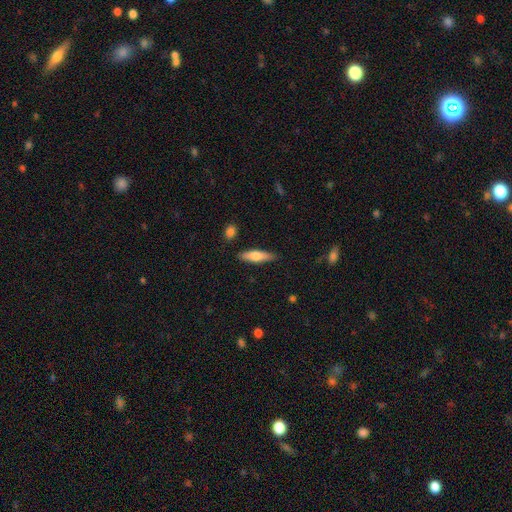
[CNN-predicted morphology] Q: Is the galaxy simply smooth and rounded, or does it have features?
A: smooth — 67%.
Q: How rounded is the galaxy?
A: cigar-shaped — 65%.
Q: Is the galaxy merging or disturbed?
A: none — 84%.